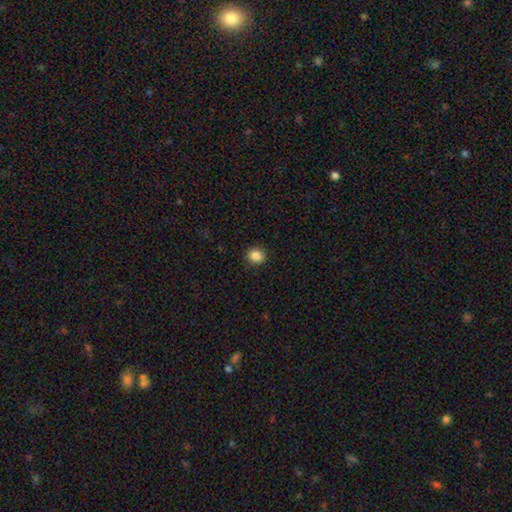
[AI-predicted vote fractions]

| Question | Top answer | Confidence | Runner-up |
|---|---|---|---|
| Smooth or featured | smooth | 86% | star or artifact (10%) |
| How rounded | round | 78% | in between (21%) |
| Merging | none | 91% | minor disturbance (6%) |